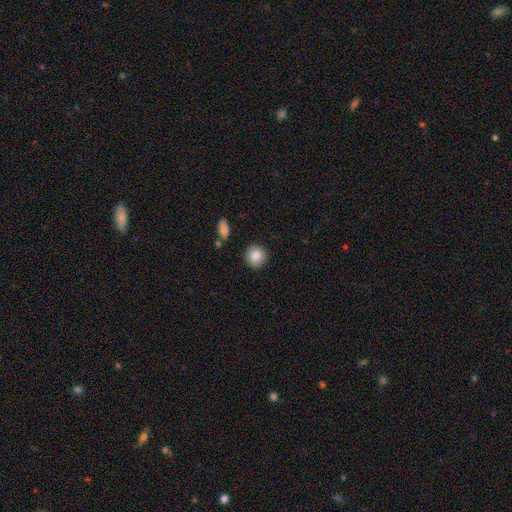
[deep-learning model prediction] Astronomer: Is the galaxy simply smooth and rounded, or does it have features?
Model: smooth — 87%.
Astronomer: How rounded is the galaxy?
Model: round — 91%.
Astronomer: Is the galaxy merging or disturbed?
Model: none — 89%.